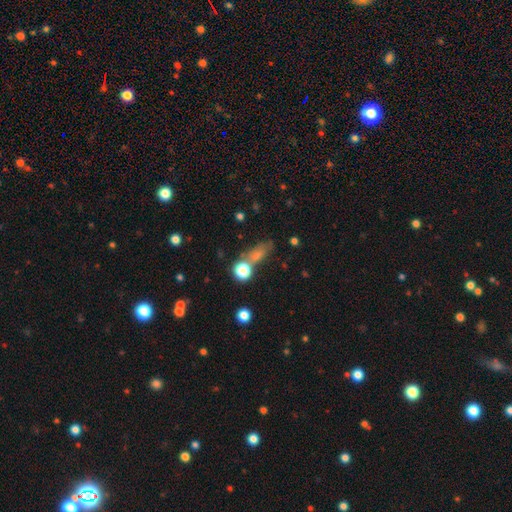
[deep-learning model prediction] This is likely a smooth galaxy (65%). How rounded: possibly in between (48%). Merging: possibly none (56%).